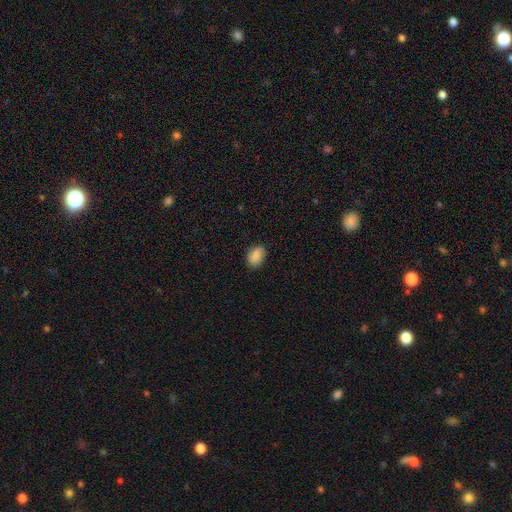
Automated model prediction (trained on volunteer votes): Q: Smooth or featured?
A: smooth (88%); runner-up: star or artifact (7%)
Q: How rounded?
A: in between (85%); runner-up: round (14%)
Q: Merging?
A: none (81%); runner-up: minor disturbance (15%)